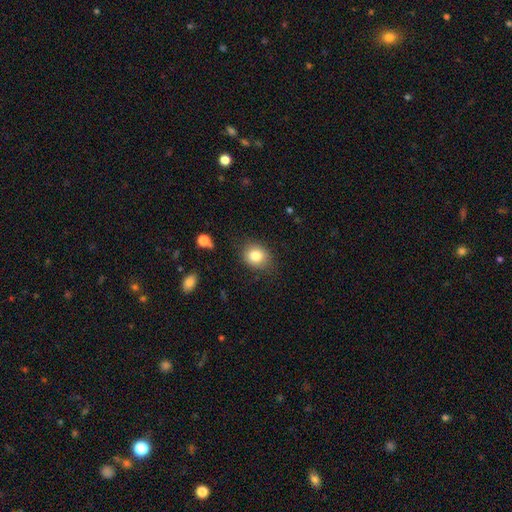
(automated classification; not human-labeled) The model was most divided on "how rounded": round: 65%, in between: 34%, cigar-shaped: 1%. More confident: merging — none (82%); smooth or featured — smooth (82%).